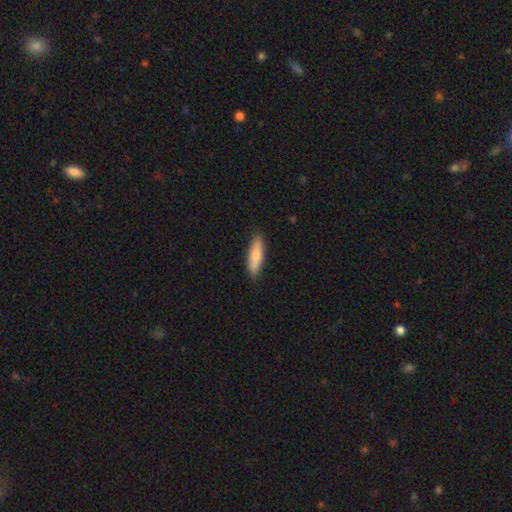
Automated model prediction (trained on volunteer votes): Smooth or featured: smooth — 80% (featured or disk — 14%)
How rounded: cigar-shaped — 59% (in between — 39%)
Merging: none — 86% (minor disturbance — 11%)